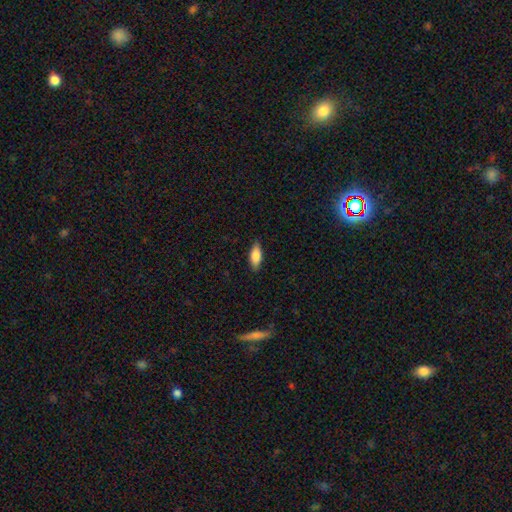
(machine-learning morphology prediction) Overall: smooth (83%). How rounded: in between (78%). Merging: none (86%).